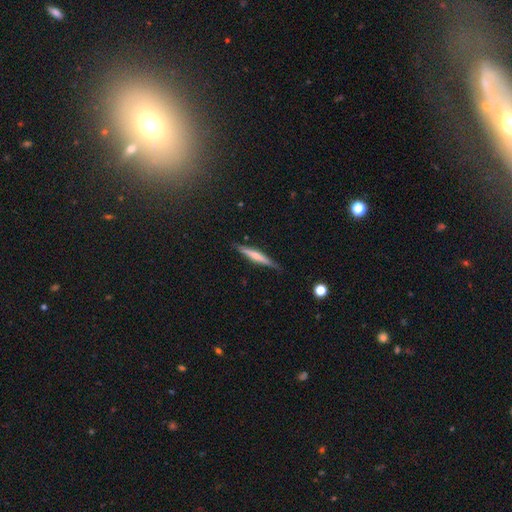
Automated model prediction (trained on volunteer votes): Smooth or featured?
  - featured or disk: 47% *
  - smooth: 46%
  - star or artifact: 6%
Merging?
  - none: 86% *
  - minor disturbance: 11%
  - major disturbance: 2%
  - merger: 1%